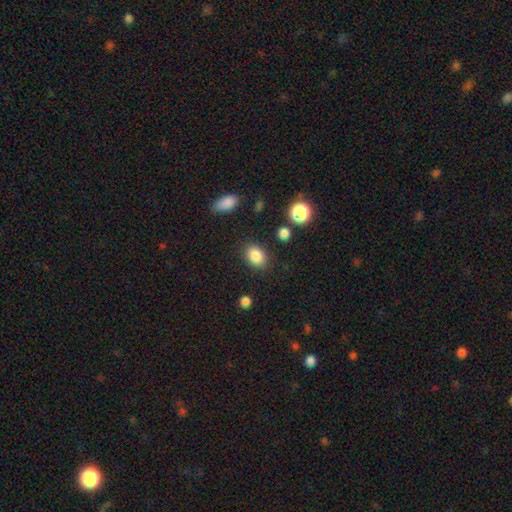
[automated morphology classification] type=smooth (85%); roundness=in between (72%); merging=none (83%).